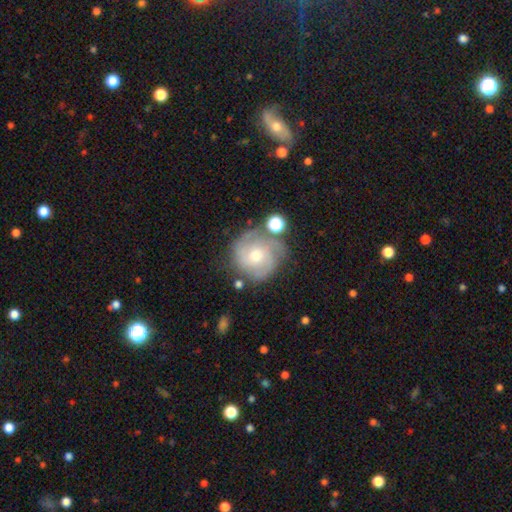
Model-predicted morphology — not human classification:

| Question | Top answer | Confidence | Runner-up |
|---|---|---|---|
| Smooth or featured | featured or disk | 70% | smooth (22%) |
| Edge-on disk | no | 97% | yes (3%) |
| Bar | no | 73% | weak (23%) |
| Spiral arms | yes | 89% | no (11%) |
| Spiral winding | tight | 57% | medium (33%) |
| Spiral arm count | can't tell | 29% | tied: 3 (29%) |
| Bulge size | moderate | 70% | small (22%) |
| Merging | none | 65% | minor disturbance (19%) |